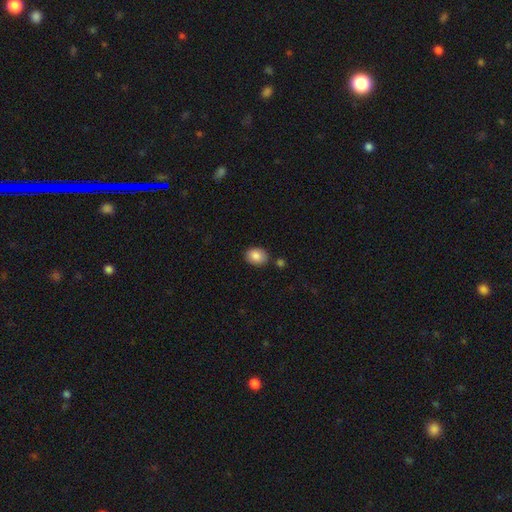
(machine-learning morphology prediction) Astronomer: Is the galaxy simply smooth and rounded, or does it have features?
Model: smooth — 87%.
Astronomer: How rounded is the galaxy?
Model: in between — 67%.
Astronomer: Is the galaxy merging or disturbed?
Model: none — 82%.